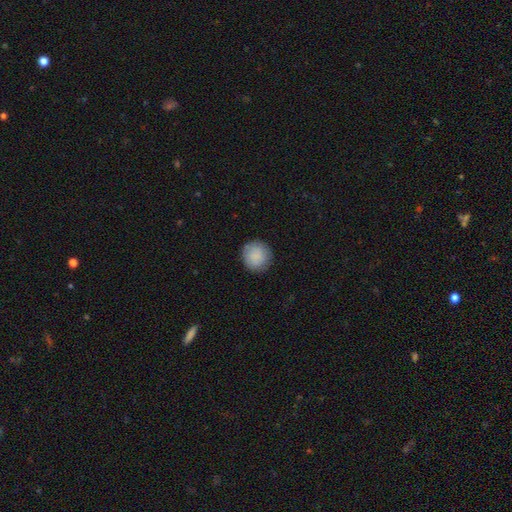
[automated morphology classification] This appears to be a smooth galaxy with no disk features (88%) that is round (94%). Merging: none (88%).